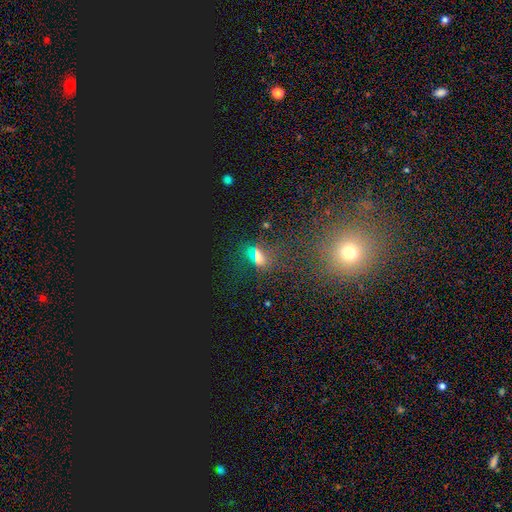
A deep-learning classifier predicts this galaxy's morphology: star or artifact 46%, smooth 38%, featured or disk 15%.